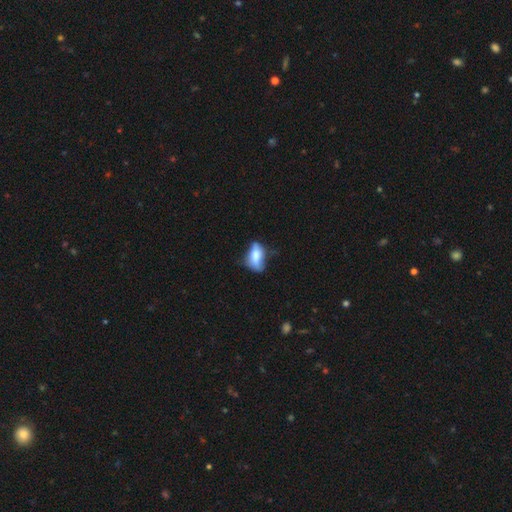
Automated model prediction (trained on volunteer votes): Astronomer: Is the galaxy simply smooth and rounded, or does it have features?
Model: smooth — 65%.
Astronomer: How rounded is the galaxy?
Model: in between — 85%.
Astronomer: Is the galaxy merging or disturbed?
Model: none — 41% (runner-up: minor disturbance, 35%).